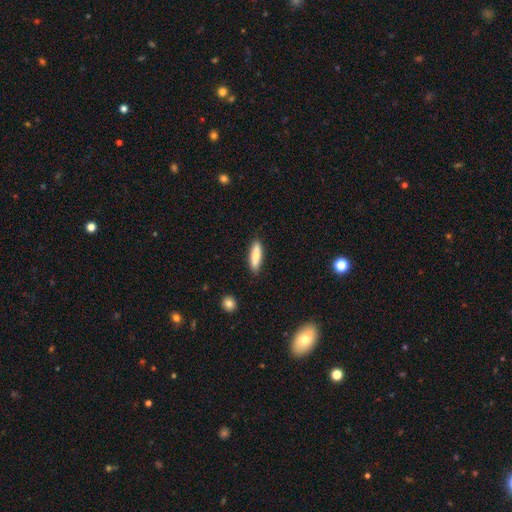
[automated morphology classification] Smooth or featured? Predicted: smooth (p=0.79). How rounded? Predicted: cigar-shaped (p=0.62). Merging? Predicted: none (p=0.86).